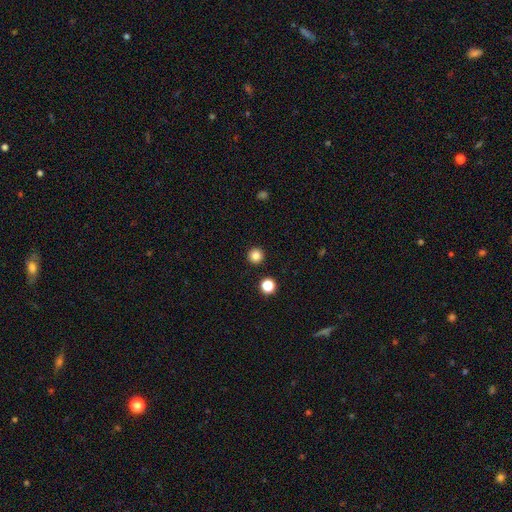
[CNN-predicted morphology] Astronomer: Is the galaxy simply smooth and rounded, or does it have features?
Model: smooth — 83%.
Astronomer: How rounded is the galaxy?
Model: round — 96%.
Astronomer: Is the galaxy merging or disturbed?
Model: none — 93%.